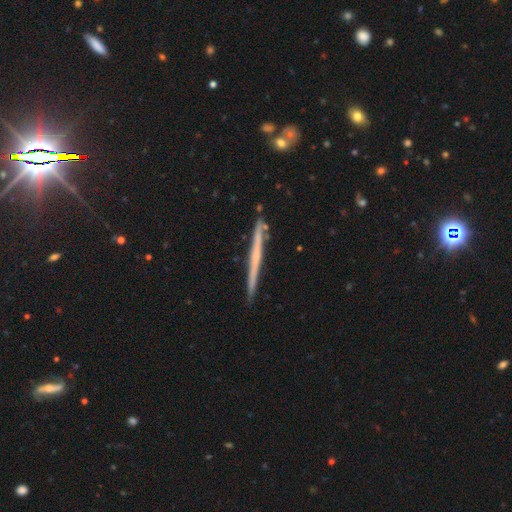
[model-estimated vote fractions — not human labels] A featured or disk galaxy (62%) viewed edge-on (97%) with no central bulge (82%).

Vote fractions:
- Smooth or featured? featured or disk: 62% / smooth: 32% / star or artifact: 6%
- Edge-on disk? yes: 97% / no: 3%
- Edge-on bulge? none: 82% / rounded: 13% / boxy: 5%
- Merging? none: 87% / minor disturbance: 10% / merger: 2% / major disturbance: 2%